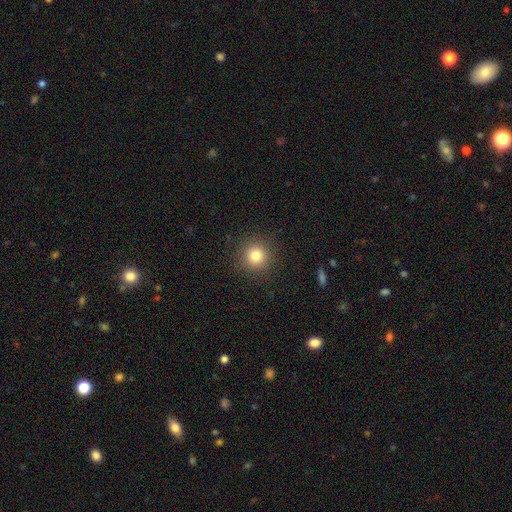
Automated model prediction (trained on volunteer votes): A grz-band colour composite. It shows a smooth galaxy with no disk features (81%) that is round (94%). Merging: none (90%).